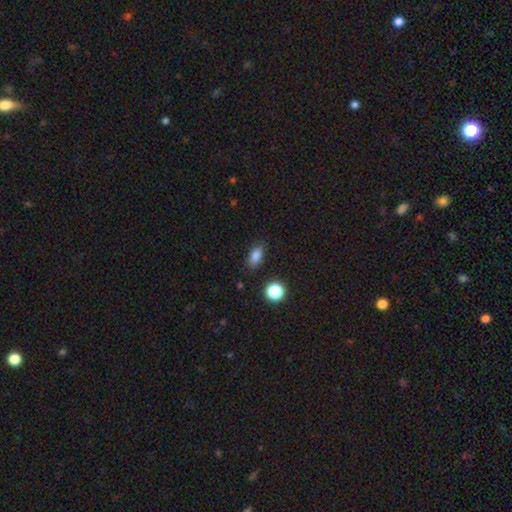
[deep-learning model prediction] Smooth or featured: smooth — 83% (star or artifact — 12%)
How rounded: in between — 83% (round — 11%)
Merging: none — 85% (minor disturbance — 11%)